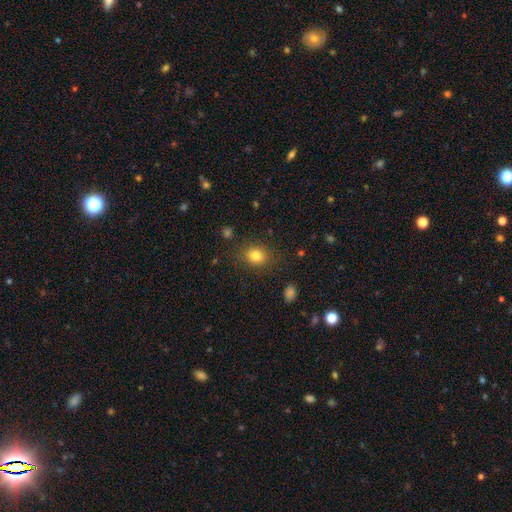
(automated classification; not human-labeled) This is clearly a smooth galaxy (81%). How rounded: possibly round (56%). Merging: clearly none (83%).